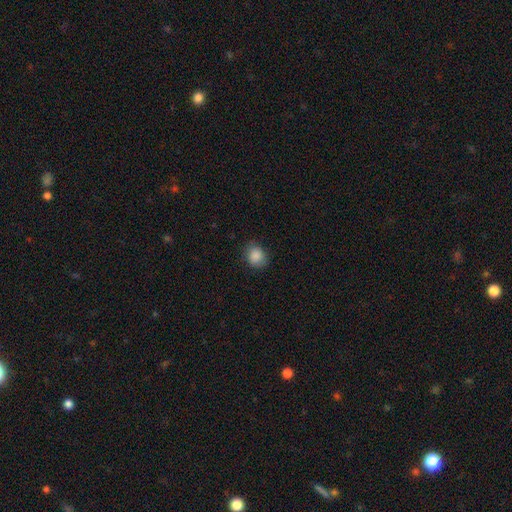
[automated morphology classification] This is clearly a smooth galaxy (88%). How rounded: likely round (70%). Merging: likely none (79%).